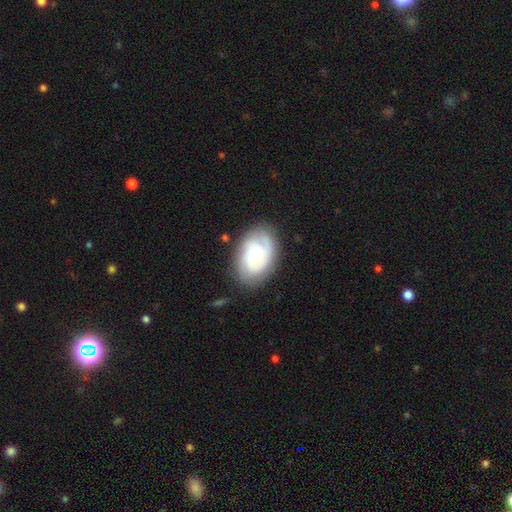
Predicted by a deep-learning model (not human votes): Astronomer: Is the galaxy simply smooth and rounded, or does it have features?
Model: featured or disk — 73%.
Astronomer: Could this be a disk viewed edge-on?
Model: no — 97%.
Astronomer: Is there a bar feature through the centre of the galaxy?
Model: no — 71%.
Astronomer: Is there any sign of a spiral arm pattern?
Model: yes — 94%.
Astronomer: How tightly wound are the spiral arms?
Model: tight — 61%.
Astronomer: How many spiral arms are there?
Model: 3 — 32% (runner-up: 2, 26%).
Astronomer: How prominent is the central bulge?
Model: small — 50% (runner-up: moderate, 42%).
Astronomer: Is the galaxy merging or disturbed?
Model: none — 78%.